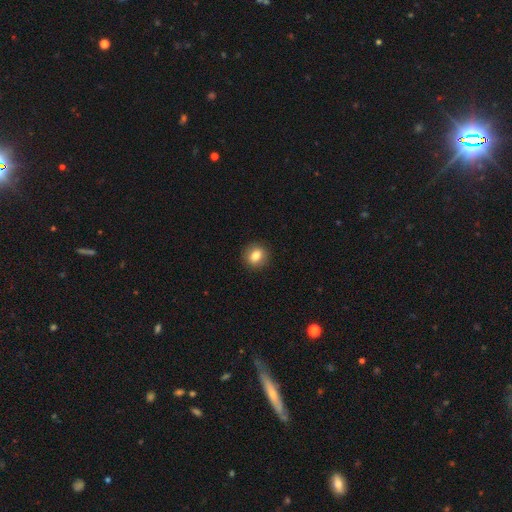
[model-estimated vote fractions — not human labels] Morphology: type=smooth (81%); roundness=round (67%); merging=none (90%).